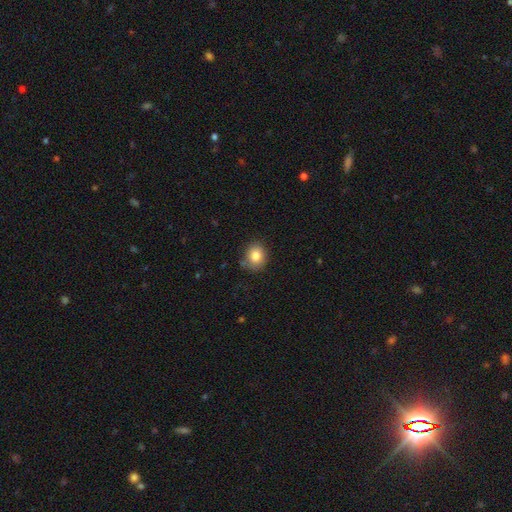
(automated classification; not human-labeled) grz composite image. It shows a smooth galaxy with no disk features (82%) that is round (64%). Merging: none (78%).